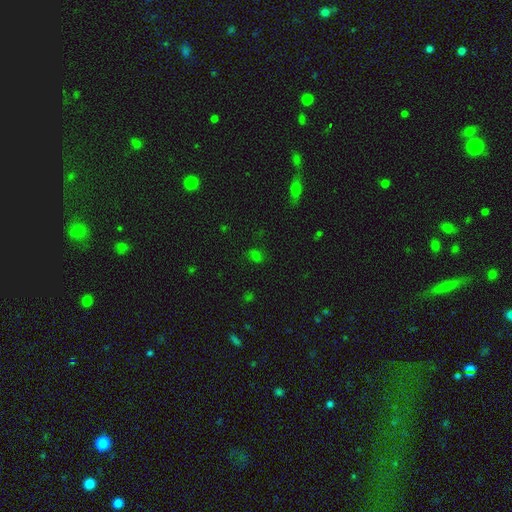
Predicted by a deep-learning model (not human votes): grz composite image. It shows a smooth galaxy with no disk features (62%) that is in between round and cigar-shaped (52%). Merging: none (73%).